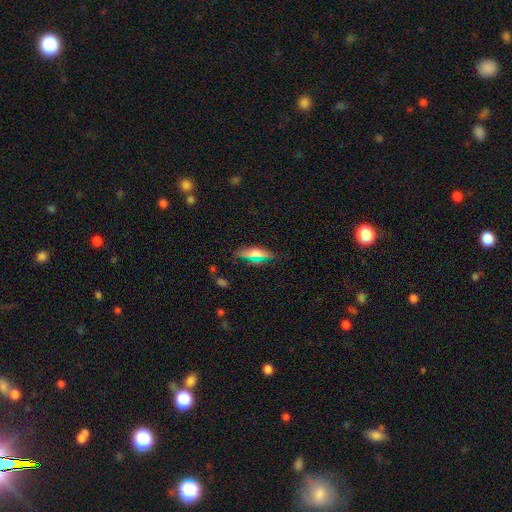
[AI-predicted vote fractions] smooth 57%, featured or disk 27%, star or artifact 16%. Down the decision tree: how rounded — in between (57%); merging — none (76%).